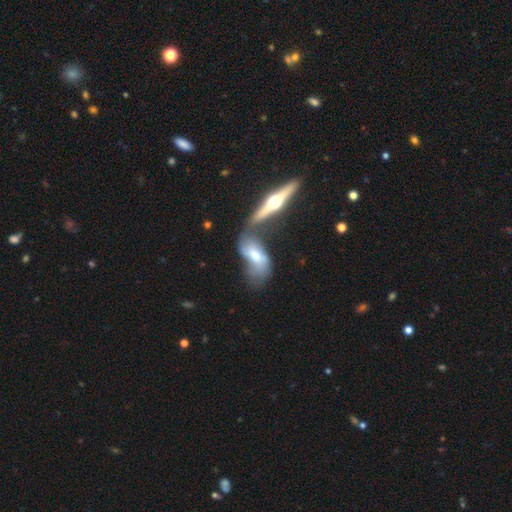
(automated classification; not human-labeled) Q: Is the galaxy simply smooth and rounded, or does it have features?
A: featured or disk — 63%.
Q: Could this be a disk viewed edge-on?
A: no — 64%.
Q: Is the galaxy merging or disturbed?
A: merger — 48%.